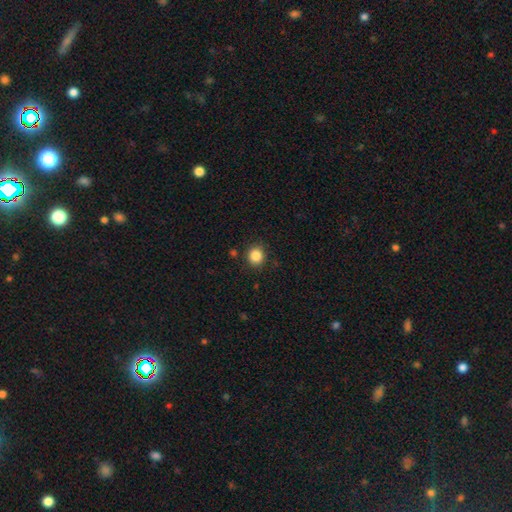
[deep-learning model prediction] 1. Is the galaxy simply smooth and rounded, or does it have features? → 85% smooth, 11% star or artifact, 4% featured or disk.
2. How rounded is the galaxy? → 87% round, 12% in between, 1% cigar-shaped.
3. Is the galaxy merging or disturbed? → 88% none, 7% minor disturbance, 2% major disturbance, 2% merger.